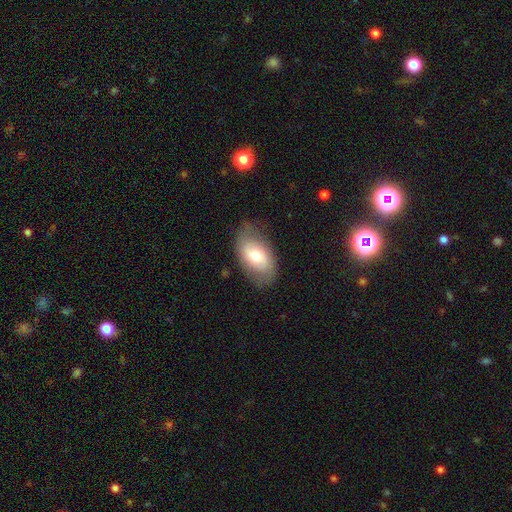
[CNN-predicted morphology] smooth_or_featured: smooth (p=0.65) [alt: featured or disk p=0.29]
how_rounded: in between (p=0.92) [alt: round p=0.06]
merging: none (p=0.74) [alt: minor disturbance p=0.19]